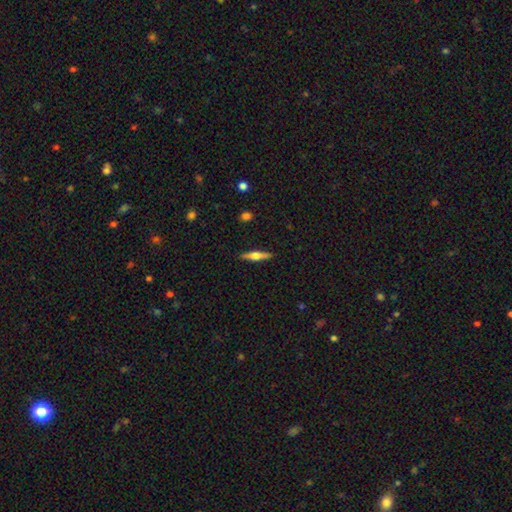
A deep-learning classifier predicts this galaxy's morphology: Overall: featured or disk (57%; smooth 37%). Edge-on disk: yes (97%). Edge-on bulge: rounded (89%). Merging: none (90%).